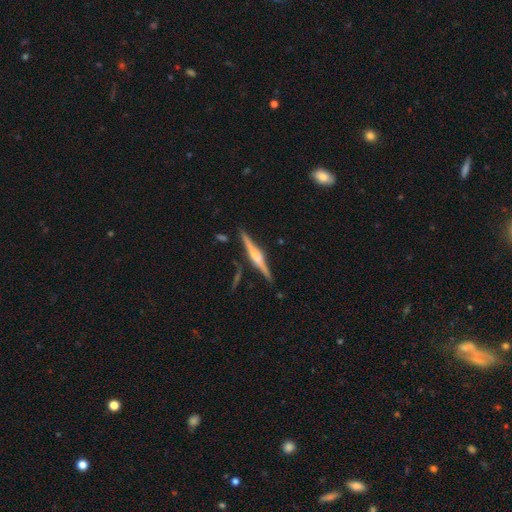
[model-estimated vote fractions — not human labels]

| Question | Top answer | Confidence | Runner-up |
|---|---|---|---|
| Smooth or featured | featured or disk | 78% | smooth (16%) |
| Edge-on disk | yes | 98% | no (2%) |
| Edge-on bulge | rounded | 68% | boxy (24%) |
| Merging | none | 87% | minor disturbance (9%) |